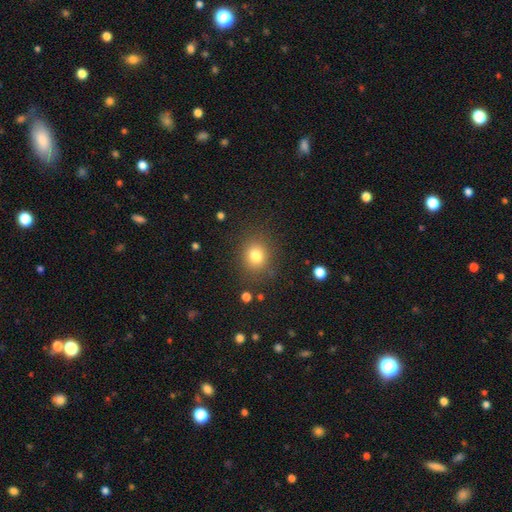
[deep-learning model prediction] Smooth or featured: smooth — 80% (star or artifact — 13%)
How rounded: round — 74% (in between — 25%)
Merging: none — 84% (minor disturbance — 10%)